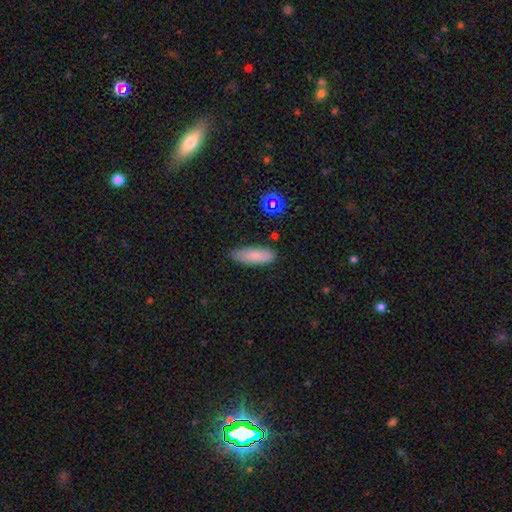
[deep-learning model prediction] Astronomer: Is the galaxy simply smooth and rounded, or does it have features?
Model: smooth — 80%.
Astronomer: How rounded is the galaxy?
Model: in between — 56% (runner-up: cigar-shaped, 42%).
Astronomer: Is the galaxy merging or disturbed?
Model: none — 76%.